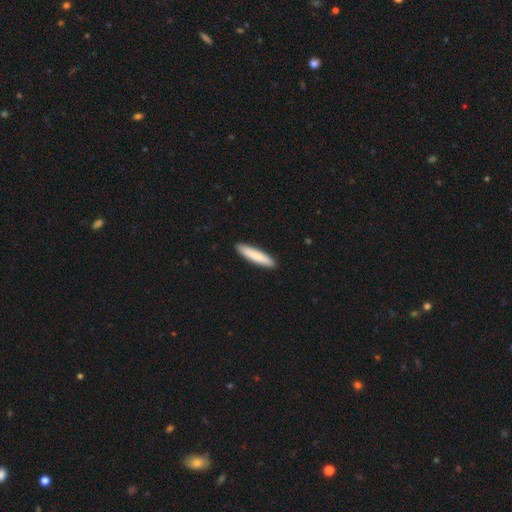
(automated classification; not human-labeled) smooth 83%, featured or disk 11%, star or artifact 5%. Down the decision tree: how rounded — cigar-shaped (88%); merging — none (91%).